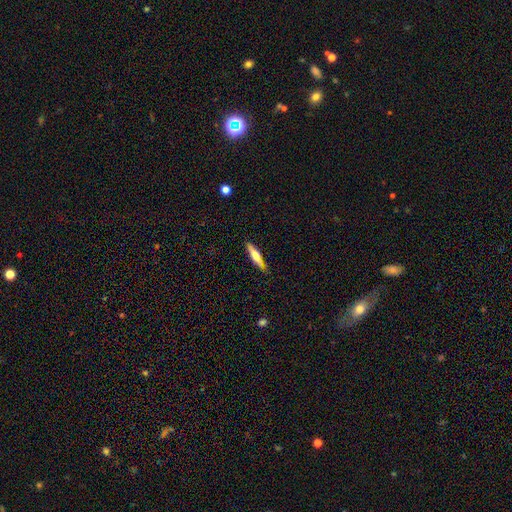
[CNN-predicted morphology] This appears to be a smooth galaxy with no disk features (53%) that is cigar-shaped (85%). Merging: none (83%).